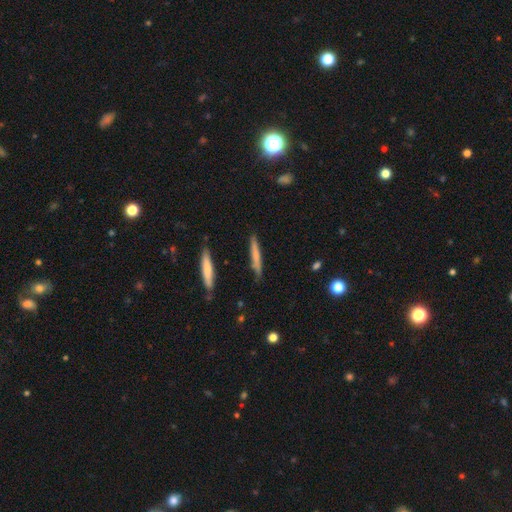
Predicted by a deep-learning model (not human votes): Overall: smooth (63%; featured or disk 31%). How rounded: cigar-shaped (94%). Merging: none (83%).